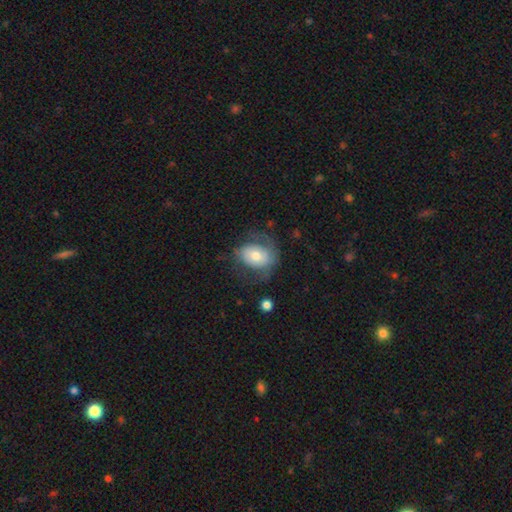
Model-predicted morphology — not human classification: Smooth or featured? smooth (56%)
How rounded? in between (66%)
Merging? none (49%)